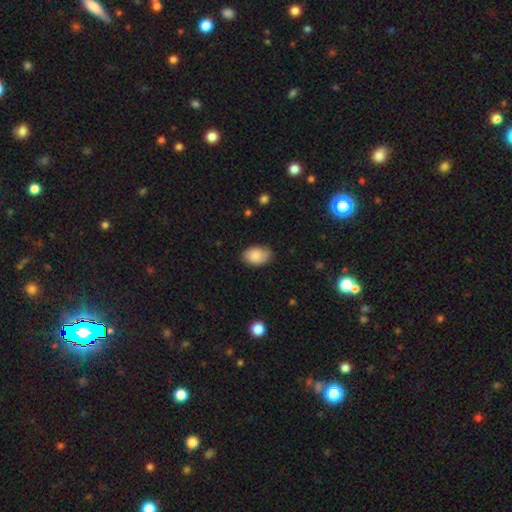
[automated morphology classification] Smooth or featured?
  - smooth: 87% *
  - featured or disk: 7%
  - star or artifact: 7%
How rounded?
  - in between: 90% *
  - round: 9%
  - cigar-shaped: 1%
Merging?
  - none: 80% *
  - minor disturbance: 16%
  - major disturbance: 3%
  - merger: 1%